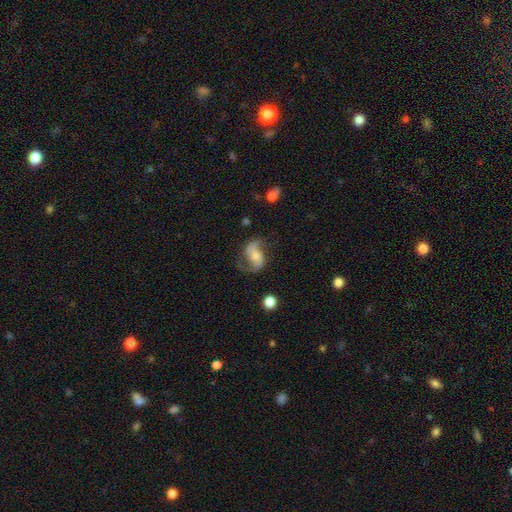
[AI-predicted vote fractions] Morphology: type=featured or disk (83%); edge-on=no (97%); bar=no (42%); spiral arms=yes (96%); winding=loose (59%); arm count=2 (92%); bulge=moderate (49%); merging=none (73%).